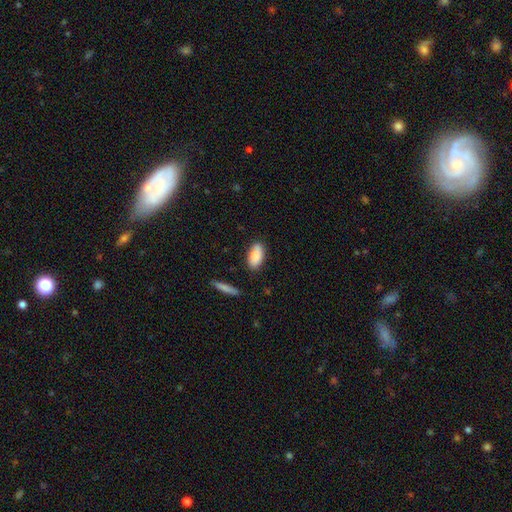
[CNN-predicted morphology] Smooth or featured: smooth — 87% (featured or disk — 7%)
How rounded: in between — 90% (cigar-shaped — 7%)
Merging: none — 83% (minor disturbance — 12%)